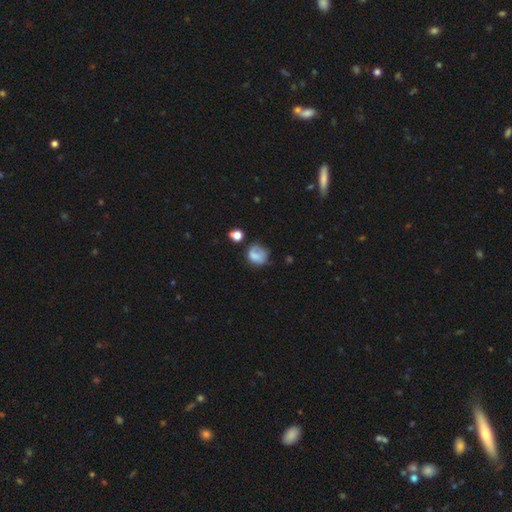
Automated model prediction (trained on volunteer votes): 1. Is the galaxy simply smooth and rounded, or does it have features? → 67% smooth, 21% featured or disk, 12% star or artifact.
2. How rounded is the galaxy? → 61% round, 38% in between, 1% cigar-shaped.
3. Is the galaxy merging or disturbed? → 38% none, 30% minor disturbance, 23% major disturbance, 8% merger.